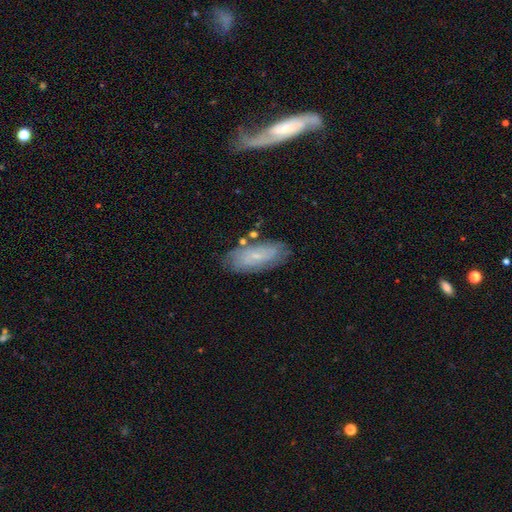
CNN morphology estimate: Smooth or featured? featured or disk (50%)
Merging? none (75%)